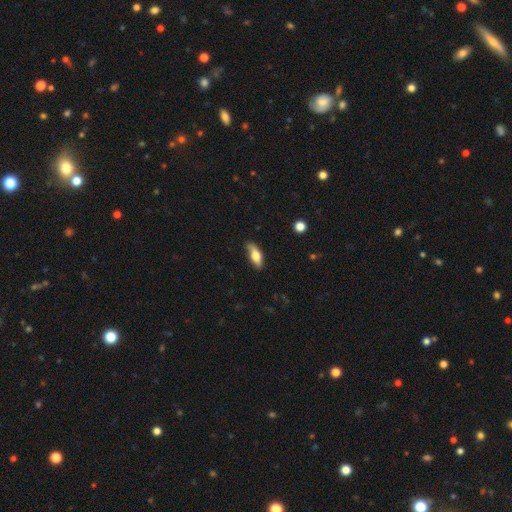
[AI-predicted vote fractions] smooth-or-featured: smooth: 72% | featured or disk: 21% | star or artifact: 6%
  how-rounded: in between: 73% | cigar-shaped: 24% | round: 3%
  merging: none: 66% | minor disturbance: 27% | major disturbance: 5% | merger: 2%